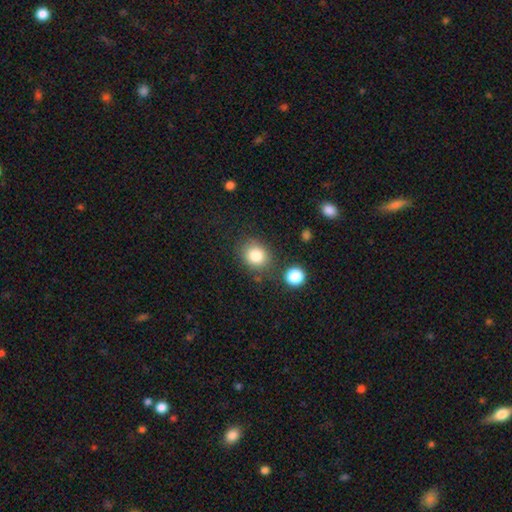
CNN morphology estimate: Overall: smooth (83%). How rounded: round (64%; in between 35%). Merging: none (76%).